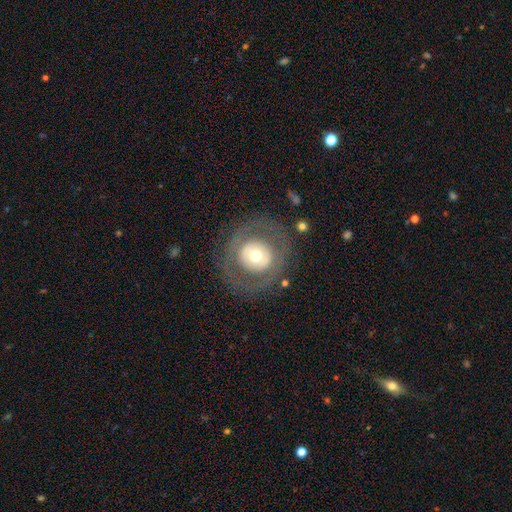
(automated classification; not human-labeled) featured or disk 47%, smooth 45%, star or artifact 7%. Down the decision tree: merging — none (82%).